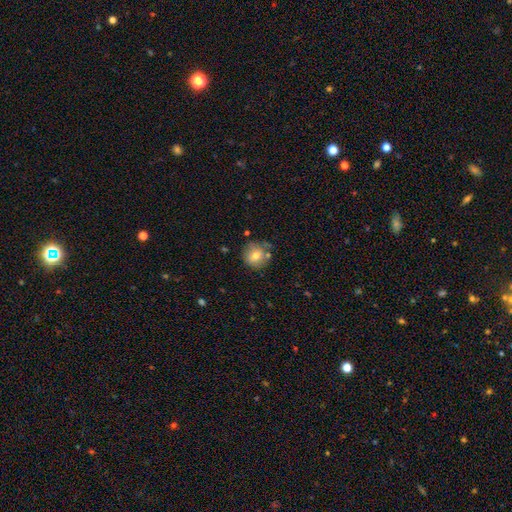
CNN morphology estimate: Smooth or featured? Predicted: smooth (p=0.74). How rounded? Predicted: round (p=0.90). Merging? Predicted: none (p=0.72).